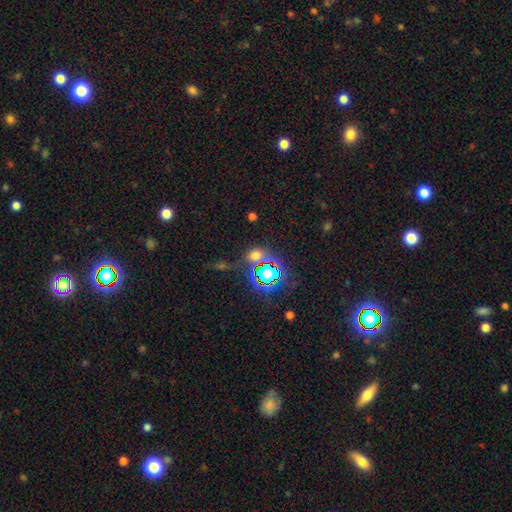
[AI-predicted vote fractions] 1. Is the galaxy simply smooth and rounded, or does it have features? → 46% smooth (tied), 46% star or artifact (tied), 9% featured or disk.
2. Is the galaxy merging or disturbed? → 70% none, 12% merger, 11% minor disturbance, 7% major disturbance.